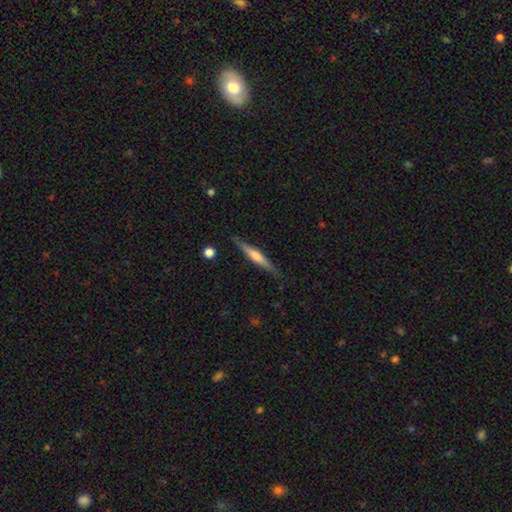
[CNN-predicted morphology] smooth-or-featured: featured or disk: 57% | smooth: 37% | star or artifact: 6%
  disk-edge-on: yes: 96% | no: 4%
    edge-on-bulge: rounded: 62% | none: 21% | boxy: 17%
  merging: none: 85% | minor disturbance: 12% | major disturbance: 2% | merger: 2%